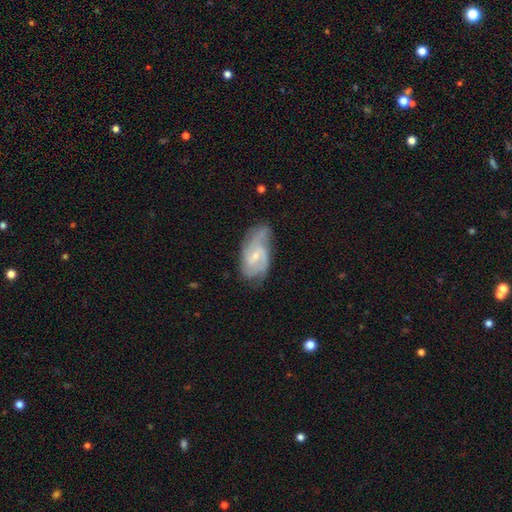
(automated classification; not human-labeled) Q: Smooth or featured?
A: featured or disk (77%); runner-up: smooth (17%)
Q: Edge-on disk?
A: no (96%); runner-up: yes (4%)
Q: Bar?
A: weak (52%); runner-up: no (36%)
Q: Spiral arms?
A: yes (93%); runner-up: no (7%)
Q: Spiral winding?
A: medium (47%); runner-up: tight (31%)
Q: Spiral arm count?
A: 2 (49%); runner-up: can't tell (20%)
Q: Bulge size?
A: small (65%); runner-up: moderate (30%)
Q: Merging?
A: none (56%); runner-up: minor disturbance (29%)